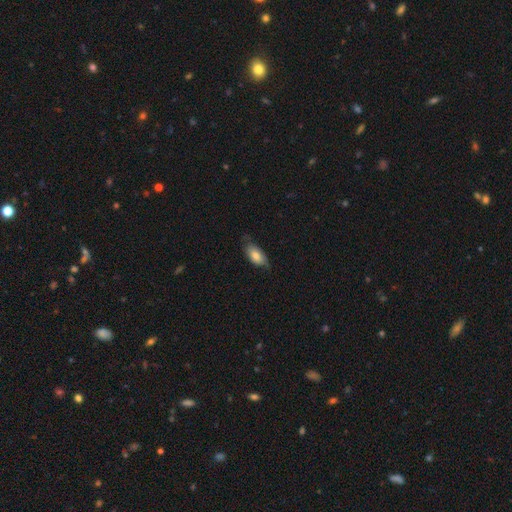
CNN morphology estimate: The model was most divided on "merging": none: 64%, minor disturbance: 28%, major disturbance: 7%, merger: 1%. More confident: how rounded — in between (90%); smooth or featured — smooth (73%).